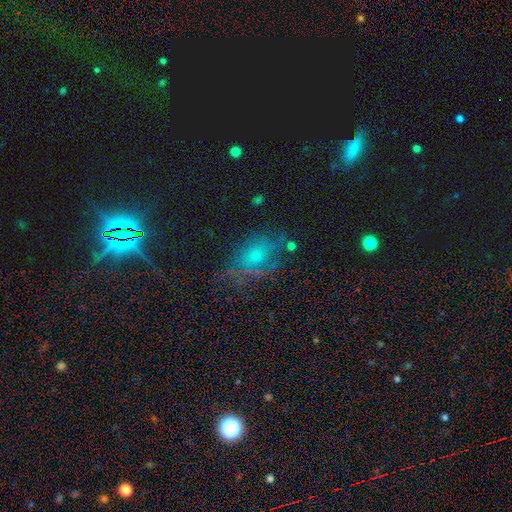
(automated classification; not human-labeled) Smooth or featured?
  - smooth: 38% *
  - star or artifact: 33%
  - featured or disk: 30%
Merging?
  - none: 56% *
  - minor disturbance: 24%
  - major disturbance: 16%
  - merger: 4%